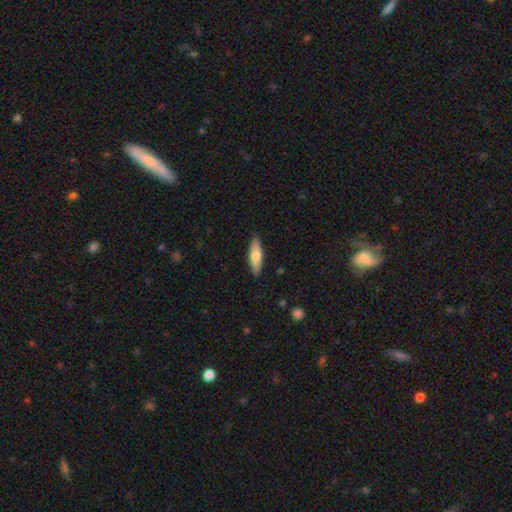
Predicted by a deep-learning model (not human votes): This appears to be a smooth galaxy with no disk features (66%) that is cigar-shaped (52%). Merging: none (88%).